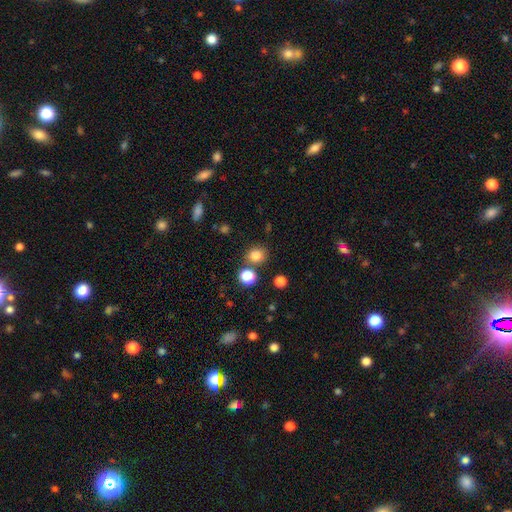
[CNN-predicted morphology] Smooth or featured? Predicted: smooth (p=0.81). How rounded? Predicted: round (p=0.78). Merging? Predicted: none (p=0.74).